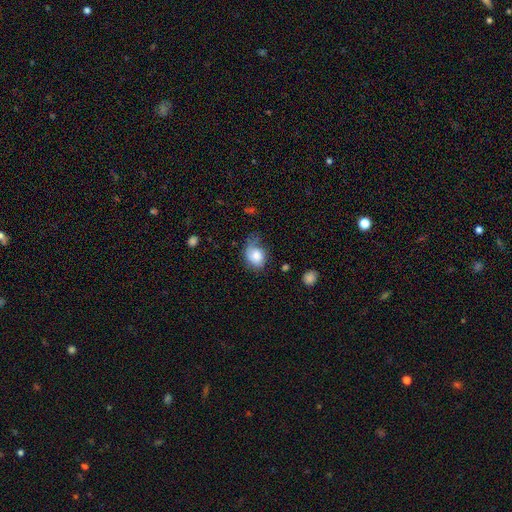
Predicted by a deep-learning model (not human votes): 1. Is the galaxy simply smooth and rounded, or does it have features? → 75% smooth, 17% featured or disk, 8% star or artifact.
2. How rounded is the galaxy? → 60% in between, 39% round, 1% cigar-shaped.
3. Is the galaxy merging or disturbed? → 37% none, 36% minor disturbance, 24% major disturbance, 3% merger.